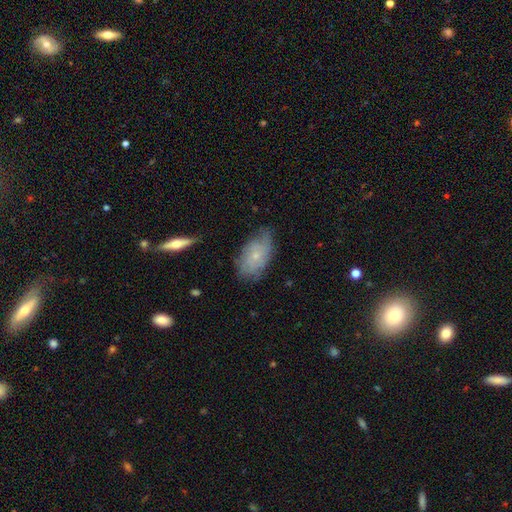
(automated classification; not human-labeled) smooth-or-featured: featured or disk: 50% | smooth: 42% | star or artifact: 8%
  disk-edge-on: no: 90% | yes: 10%
  merging: none: 62% | minor disturbance: 28% | major disturbance: 8% | merger: 1%